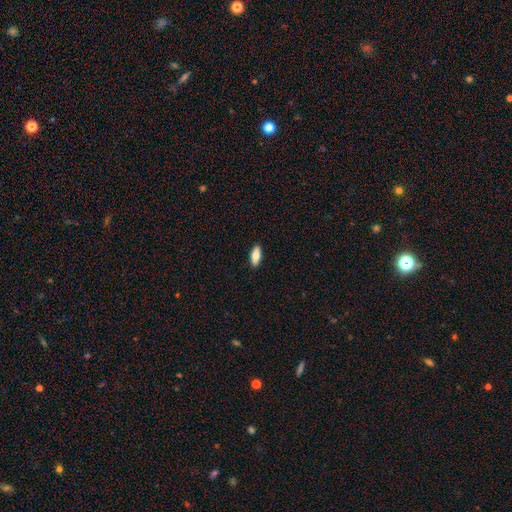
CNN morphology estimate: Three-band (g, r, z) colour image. It shows a smooth galaxy with no disk features (77%) that is in between round and cigar-shaped (74%). Merging: none (90%).